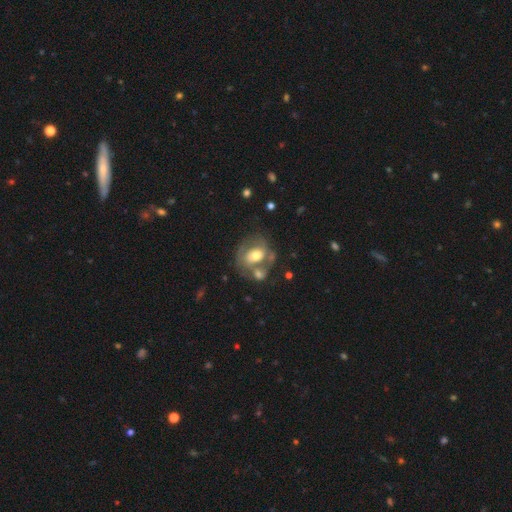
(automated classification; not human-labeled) Smooth or featured? featured or disk (47%)
Merging? none (39%)